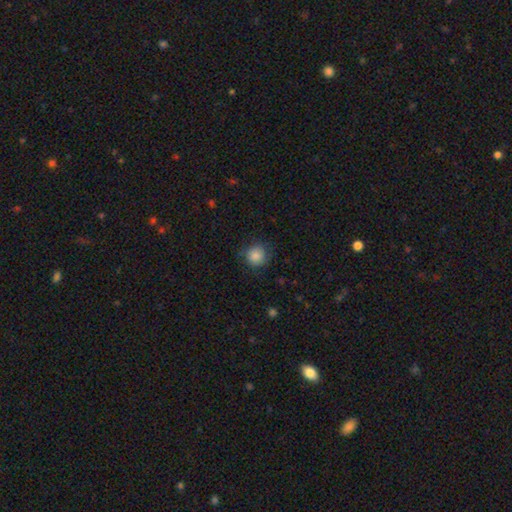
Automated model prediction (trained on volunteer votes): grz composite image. It shows a smooth galaxy with no disk features (85%) that is round (91%). Merging: none (76%).